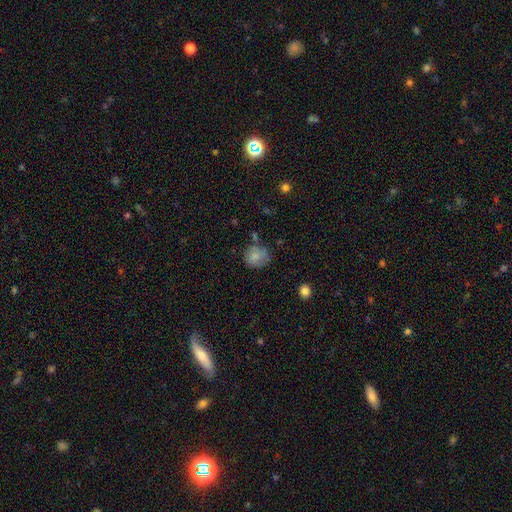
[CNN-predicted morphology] smooth 78%, featured or disk 13%, star or artifact 9%. Down the decision tree: how rounded — round (72%); merging — none (56%).